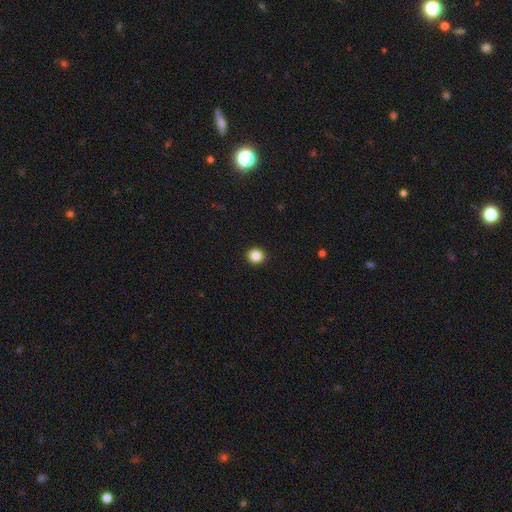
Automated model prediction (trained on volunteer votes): The model was most divided on "smooth or featured": smooth: 86%, star or artifact: 10%, featured or disk: 4%. More confident: merging — none (93%); how rounded — round (90%).